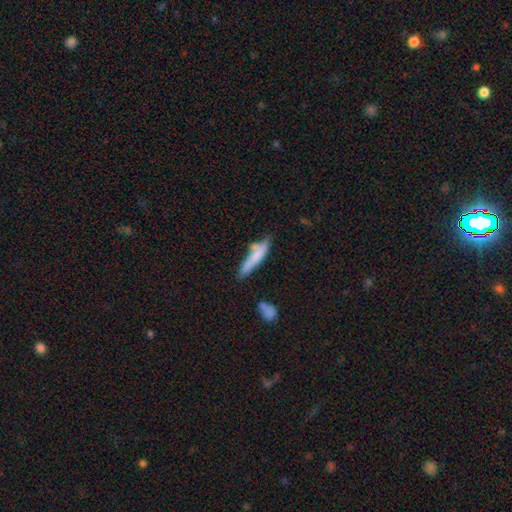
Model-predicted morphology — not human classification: Smooth or featured? Predicted: smooth (p=0.65). How rounded? Predicted: cigar-shaped (p=0.86). Merging? Predicted: none (p=0.55).